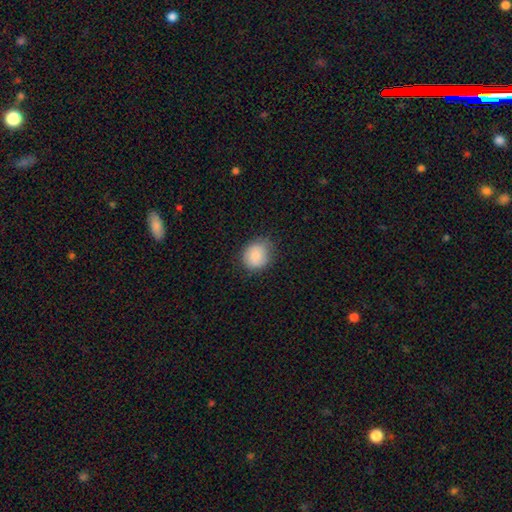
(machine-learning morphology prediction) This is clearly a smooth galaxy (84%). How rounded: likely round (74%). Merging: likely none (74%).